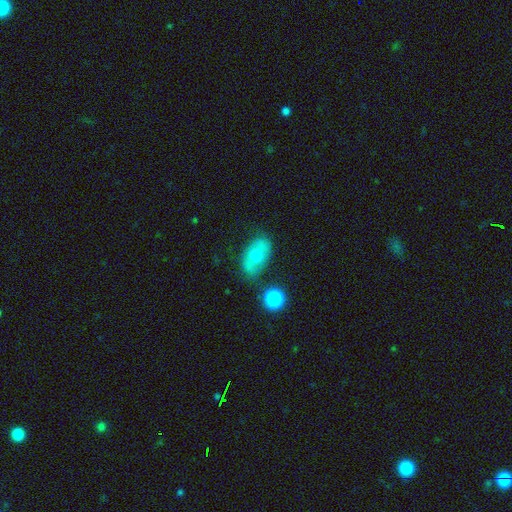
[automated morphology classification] The model was most divided on "smooth or featured": smooth: 56%, featured or disk: 34%, star or artifact: 9%. More confident: how rounded — in between (83%); merging — none (68%).